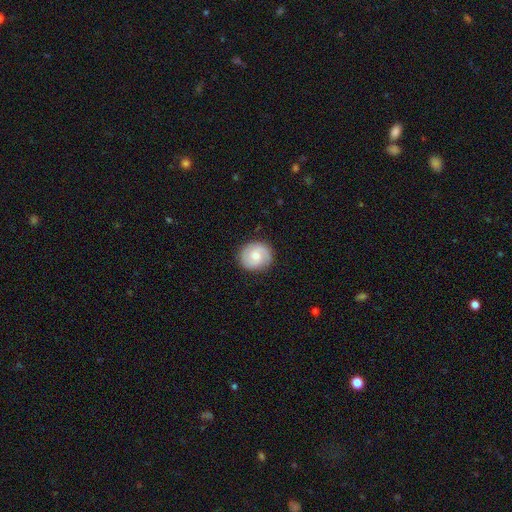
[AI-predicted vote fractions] smooth-or-featured: smooth: 55% | featured or disk: 38% | star or artifact: 7%
  how-rounded: round: 85% | in between: 14% | cigar-shaped: 1%
  merging: none: 86% | minor disturbance: 10% | major disturbance: 3% | merger: 1%